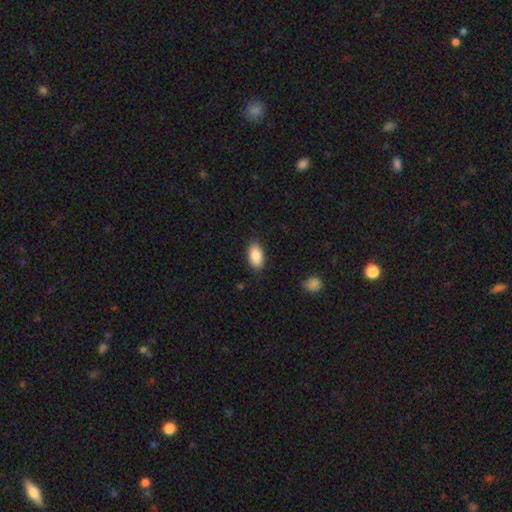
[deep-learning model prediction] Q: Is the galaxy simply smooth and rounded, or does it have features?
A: smooth — 89%.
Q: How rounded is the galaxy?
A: in between — 94%.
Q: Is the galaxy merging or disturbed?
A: none — 86%.